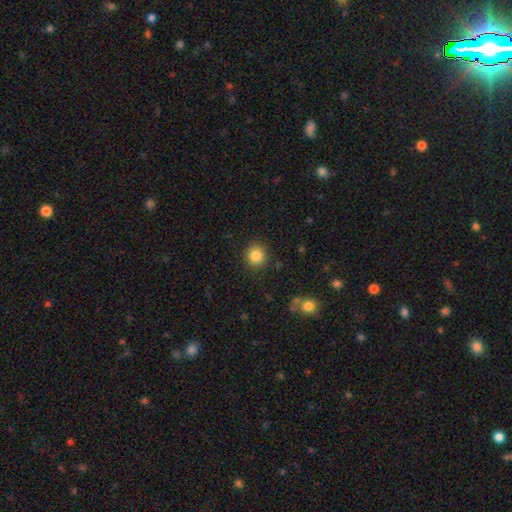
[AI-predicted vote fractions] This appears to be a smooth galaxy with no disk features (84%) that is round (90%). Merging: none (89%).